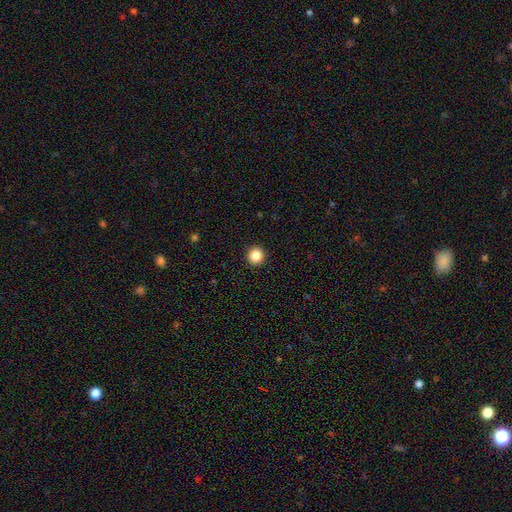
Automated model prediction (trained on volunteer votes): Smooth or featured?
  - smooth: 86% *
  - star or artifact: 10%
  - featured or disk: 4%
How rounded?
  - round: 93% *
  - in between: 6%
  - cigar-shaped: 1%
Merging?
  - none: 93% *
  - minor disturbance: 4%
  - major disturbance: 1%
  - merger: 1%